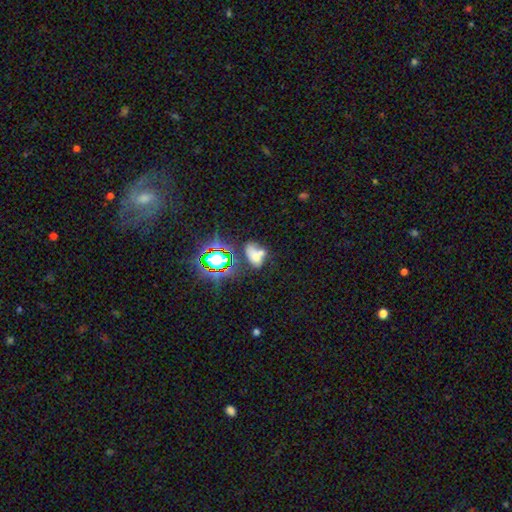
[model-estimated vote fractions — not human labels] smooth 53%, star or artifact 26%, featured or disk 21%. Down the decision tree: how rounded — in between (78%); merging — merger (41%).